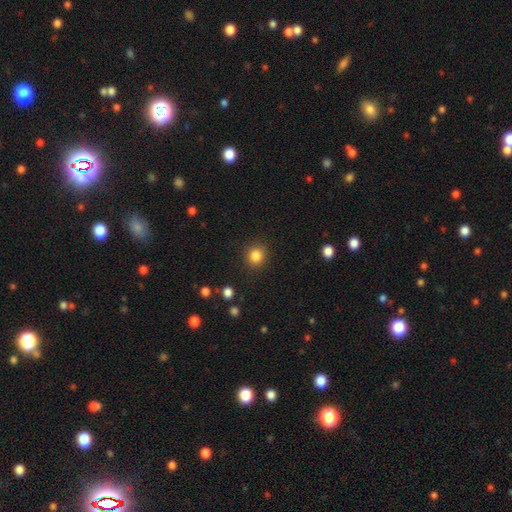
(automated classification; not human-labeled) smooth 84%, star or artifact 11%, featured or disk 4%. Down the decision tree: how rounded — round (90%); merging — none (90%).